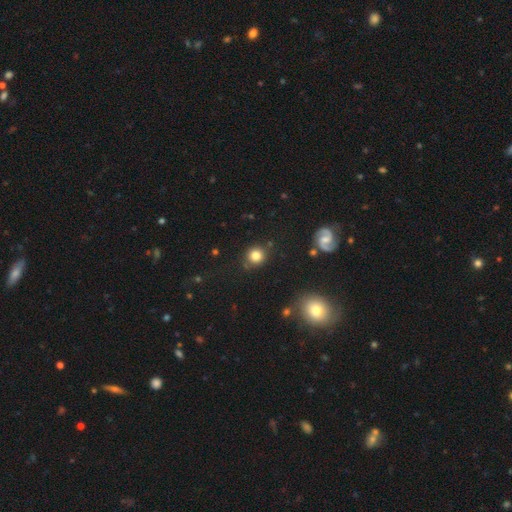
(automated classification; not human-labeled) Smooth or featured: smooth — 78% (star or artifact — 12%)
How rounded: round — 90% (in between — 9%)
Merging: none — 82% (minor disturbance — 11%)